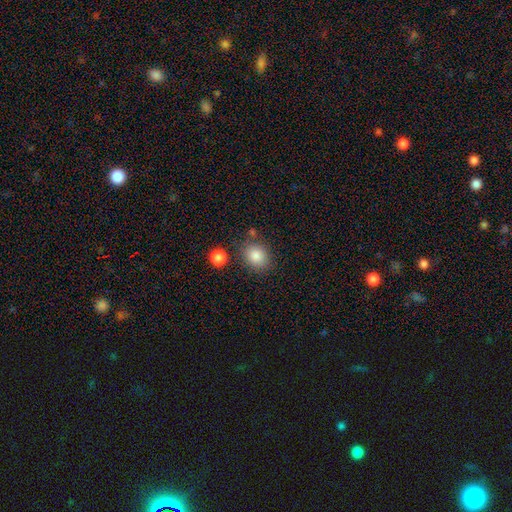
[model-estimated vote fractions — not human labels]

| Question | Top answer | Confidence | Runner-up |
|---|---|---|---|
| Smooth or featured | smooth | 85% | star or artifact (9%) |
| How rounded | round | 58% | in between (41%) |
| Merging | none | 77% | minor disturbance (12%) |